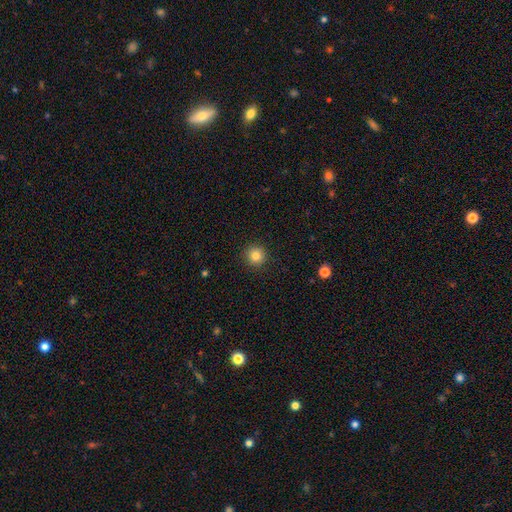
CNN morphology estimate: Smooth or featured? smooth (84%)
How rounded? round (94%)
Merging? none (92%)